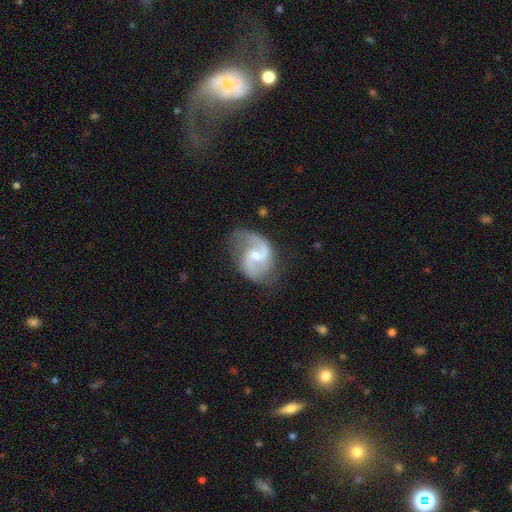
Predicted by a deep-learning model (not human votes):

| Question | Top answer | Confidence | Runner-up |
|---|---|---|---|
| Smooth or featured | featured or disk | 88% | smooth (7%) |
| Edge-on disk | no | 98% | yes (2%) |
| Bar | weak | 54% | no (32%) |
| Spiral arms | yes | 97% | no (3%) |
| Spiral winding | medium | 52% | loose (36%) |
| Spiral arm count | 2 | 88% | 1 (6%) |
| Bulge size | moderate | 52% | small (42%) |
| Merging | none | 65% | minor disturbance (22%) |